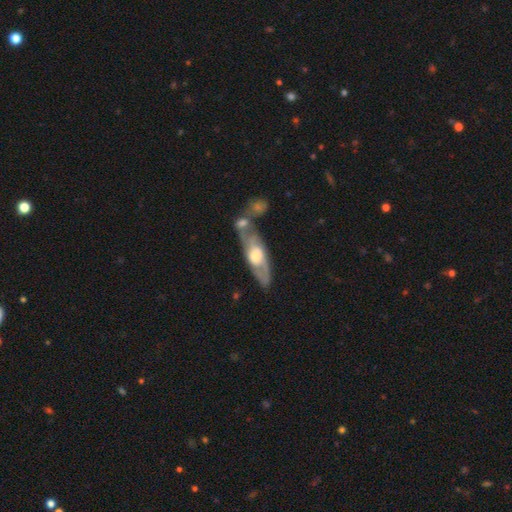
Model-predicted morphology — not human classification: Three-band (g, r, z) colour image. It shows a featured or disk galaxy (69%). Merging: none (45%).